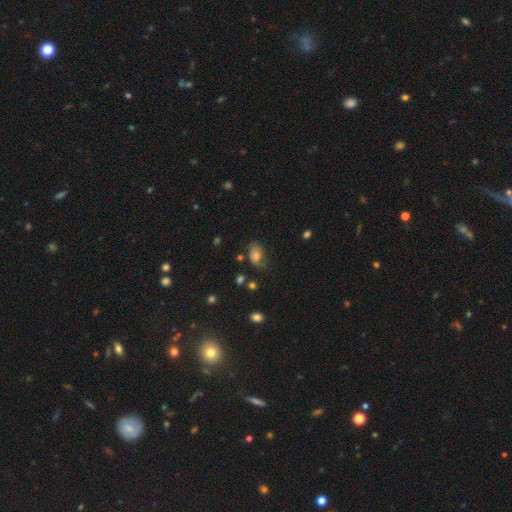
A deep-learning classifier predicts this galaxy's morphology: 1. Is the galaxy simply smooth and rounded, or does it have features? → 60% smooth, 27% featured or disk, 13% star or artifact.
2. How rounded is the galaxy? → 82% in between, 17% round, 2% cigar-shaped.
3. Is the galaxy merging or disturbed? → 54% none, 29% minor disturbance, 14% major disturbance, 3% merger.